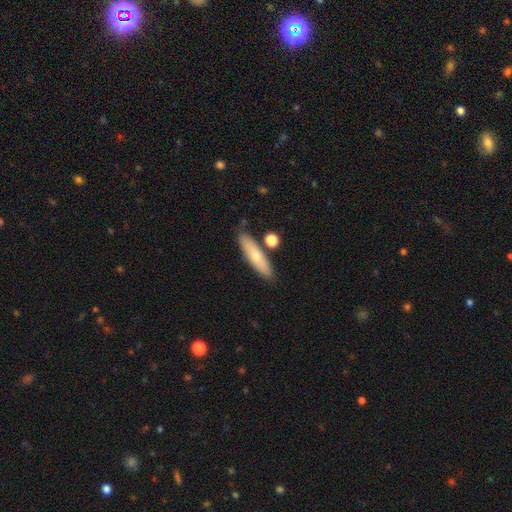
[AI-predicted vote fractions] This is likely a smooth galaxy (62%). How rounded: likely cigar-shaped (67%). Merging: clearly none (80%).